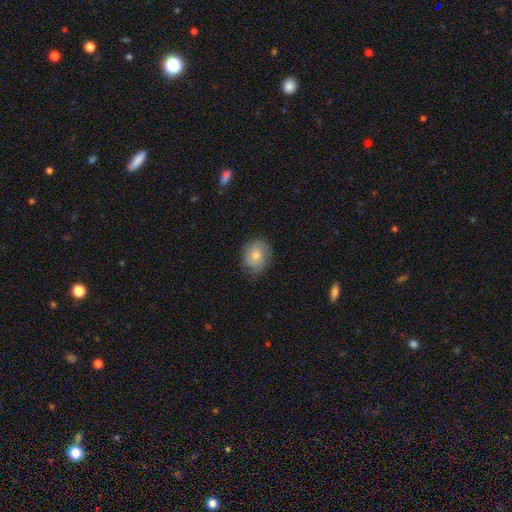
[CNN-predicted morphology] type=smooth (74%); roundness=round (67%); merging=none (68%).